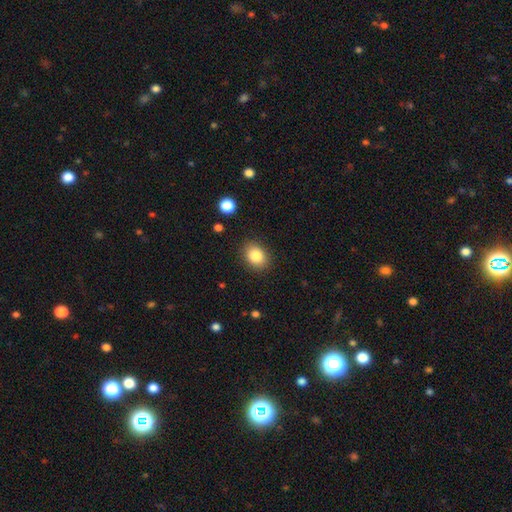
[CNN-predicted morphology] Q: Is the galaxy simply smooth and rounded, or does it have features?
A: smooth — 84%.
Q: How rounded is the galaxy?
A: in between — 56%.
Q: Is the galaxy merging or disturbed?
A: none — 87%.